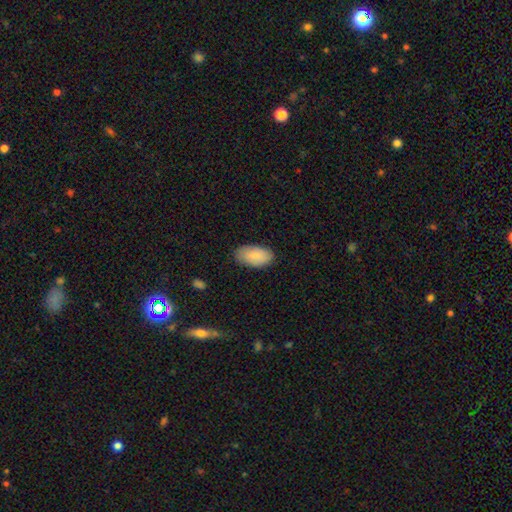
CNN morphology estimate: A smooth galaxy with no disk features (87%) that is in between round and cigar-shaped (95%). Merging: none (83%).